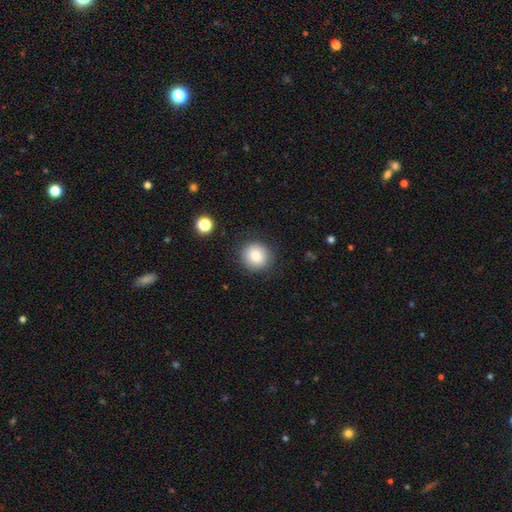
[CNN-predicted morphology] The model was most divided on "how rounded": round: 87%, in between: 12%, cigar-shaped: 1%. More confident: merging — none (86%); smooth or featured — smooth (85%).